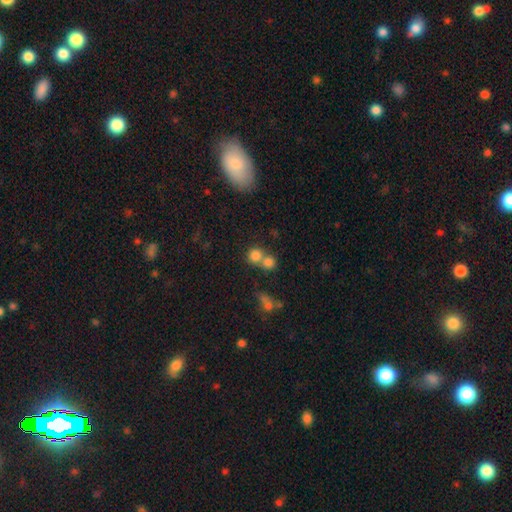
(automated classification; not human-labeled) Smooth or featured? Predicted: smooth (p=0.78). How rounded? Predicted: round (p=0.86). Merging? Predicted: merger (p=0.49).